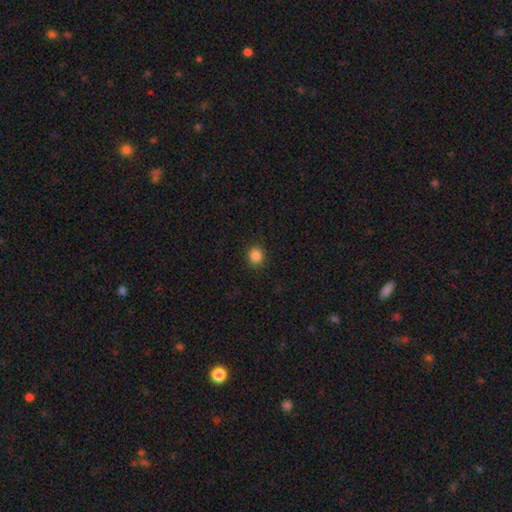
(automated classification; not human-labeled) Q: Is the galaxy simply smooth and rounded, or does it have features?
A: smooth — 86%.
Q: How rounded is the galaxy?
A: round — 84%.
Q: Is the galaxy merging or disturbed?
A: none — 91%.